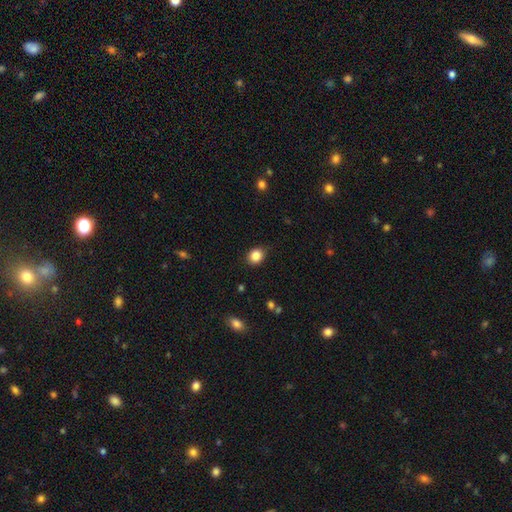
A smooth galaxy with no disk features (97%) that is round (68%). Merging: none (95%).